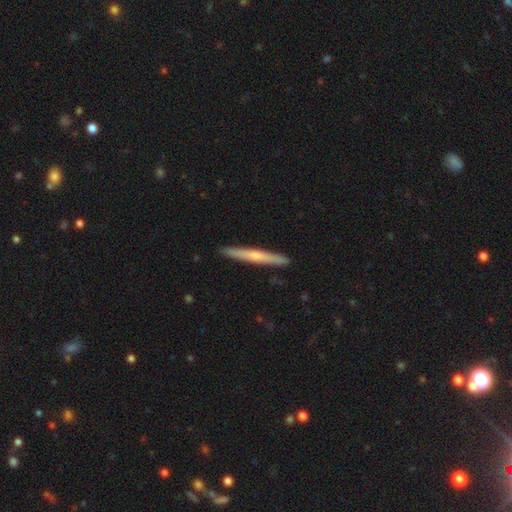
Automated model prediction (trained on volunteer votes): smooth-or-featured: featured or disk: 50% | smooth: 45% | star or artifact: 5%
  merging: none: 92% | minor disturbance: 6% | major disturbance: 1% | merger: 1%